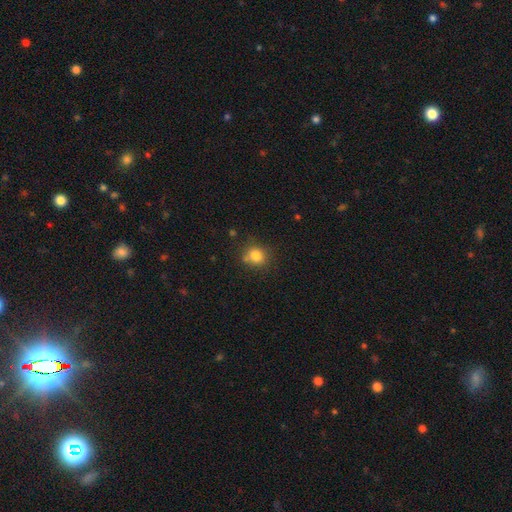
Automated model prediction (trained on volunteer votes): The model was most divided on "merging": none: 74%, minor disturbance: 14%, merger: 8%, major disturbance: 4%. More confident: smooth or featured — smooth (81%); how rounded — round (80%).